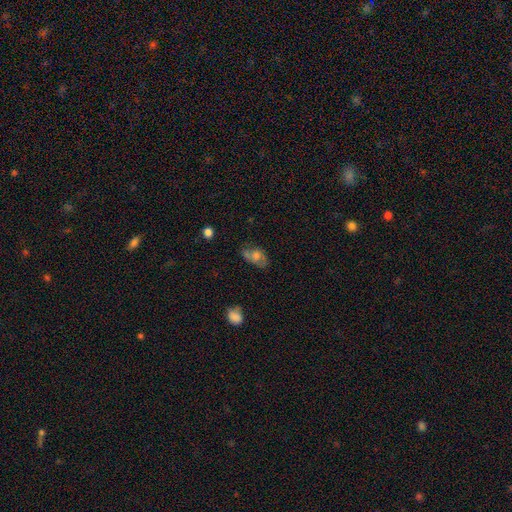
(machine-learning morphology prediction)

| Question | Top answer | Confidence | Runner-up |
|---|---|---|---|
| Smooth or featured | smooth | 50% | featured or disk (39%) |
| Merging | none | 48% | minor disturbance (25%) |